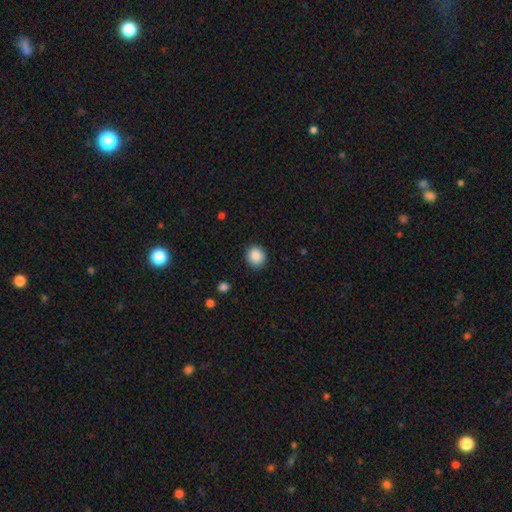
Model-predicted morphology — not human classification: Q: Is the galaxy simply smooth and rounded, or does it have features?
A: smooth — 89%.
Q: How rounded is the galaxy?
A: round — 84%.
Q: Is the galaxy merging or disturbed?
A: none — 88%.